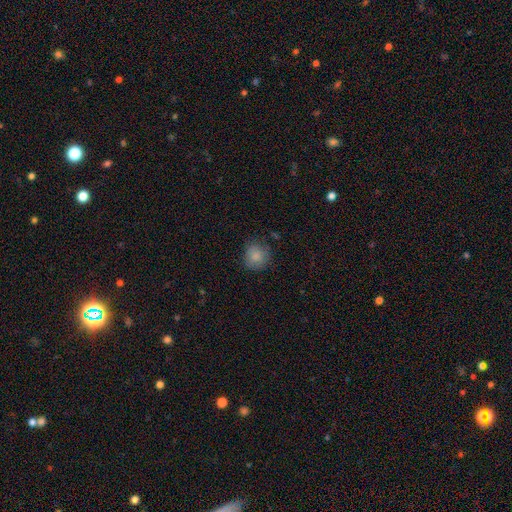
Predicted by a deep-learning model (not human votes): smooth-or-featured: smooth: 84% | star or artifact: 9% | featured or disk: 7%
  how-rounded: round: 86% | in between: 13% | cigar-shaped: 1%
  merging: none: 76% | minor disturbance: 17% | major disturbance: 5% | merger: 2%